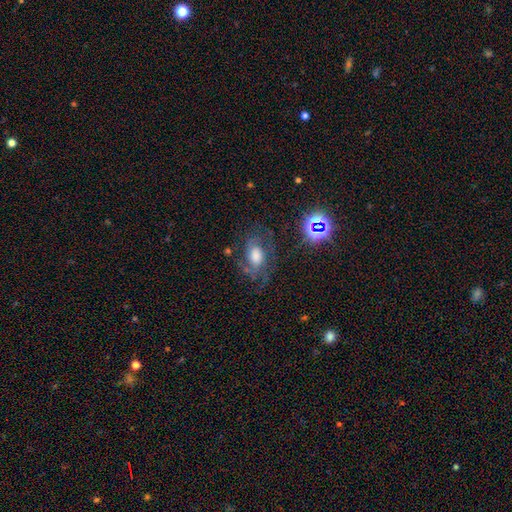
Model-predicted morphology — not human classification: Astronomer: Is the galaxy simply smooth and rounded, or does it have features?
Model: featured or disk — 66%.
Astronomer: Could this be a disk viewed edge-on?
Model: no — 96%.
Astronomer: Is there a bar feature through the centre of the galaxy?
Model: no — 65%.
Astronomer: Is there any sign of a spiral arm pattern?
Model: yes — 87%.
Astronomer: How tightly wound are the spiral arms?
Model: medium — 44% (runner-up: tight, 41%).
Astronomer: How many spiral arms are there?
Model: can't tell — 36% (runner-up: 2, 31%).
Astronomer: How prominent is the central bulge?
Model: large — 44% (runner-up: moderate, 36%).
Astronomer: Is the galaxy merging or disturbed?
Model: none — 62%.